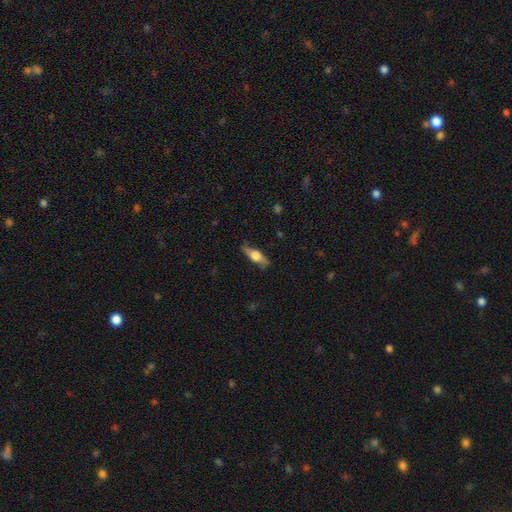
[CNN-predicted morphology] smooth_or_featured: featured or disk (p=0.53) [alt: smooth p=0.40]
disk_edge_on: yes (p=0.81) [alt: no p=0.19]
merging: none (p=0.81) [alt: minor disturbance p=0.15]